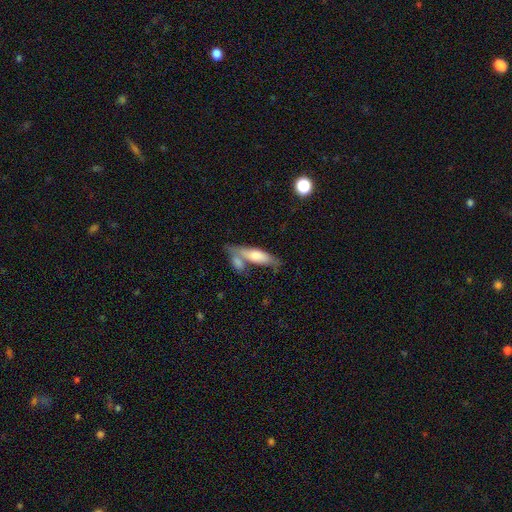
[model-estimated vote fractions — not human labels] smooth 70%, featured or disk 24%, star or artifact 6%. Down the decision tree: how rounded — in between (52%); merging — merger (45%).